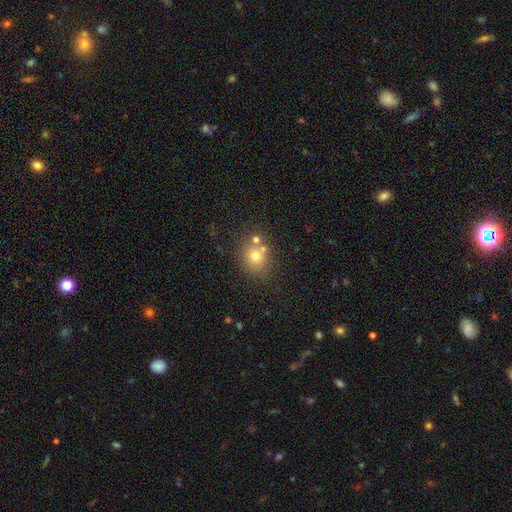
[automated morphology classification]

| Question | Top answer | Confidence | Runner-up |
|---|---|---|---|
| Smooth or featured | smooth | 72% | star or artifact (14%) |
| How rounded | round | 72% | in between (27%) |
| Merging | none | 63% | merger (22%) |